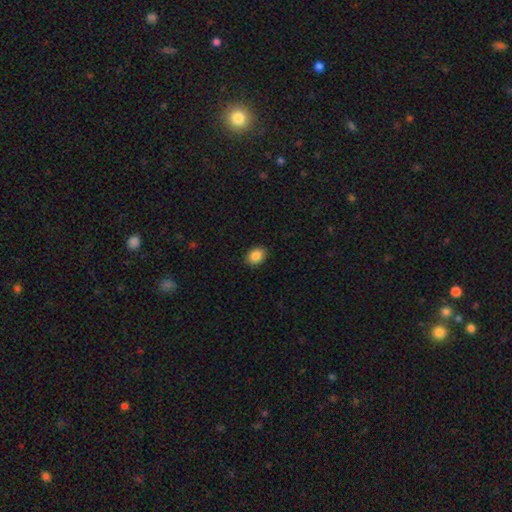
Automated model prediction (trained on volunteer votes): Smooth or featured: smooth — 87% (star or artifact — 8%)
How rounded: in between — 71% (round — 28%)
Merging: none — 90% (minor disturbance — 7%)